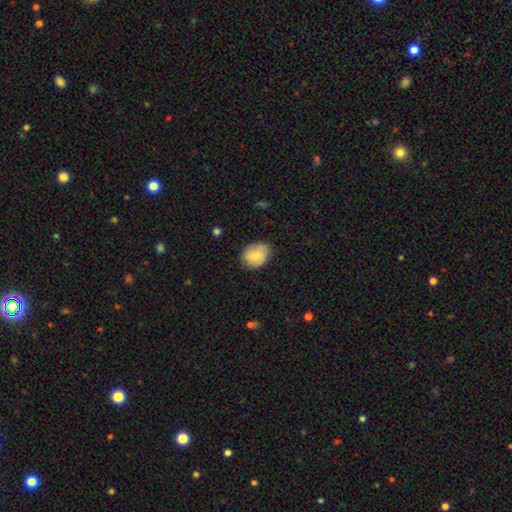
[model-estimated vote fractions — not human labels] A smooth galaxy with no disk features (77%) that is in between round and cigar-shaped (57%).

Vote fractions:
- Smooth or featured? smooth: 77% / featured or disk: 16% / star or artifact: 7%
- How rounded? in between: 57% / round: 42% / cigar-shaped: 1%
- Merging? none: 73% / minor disturbance: 22% / major disturbance: 4% / merger: 1%